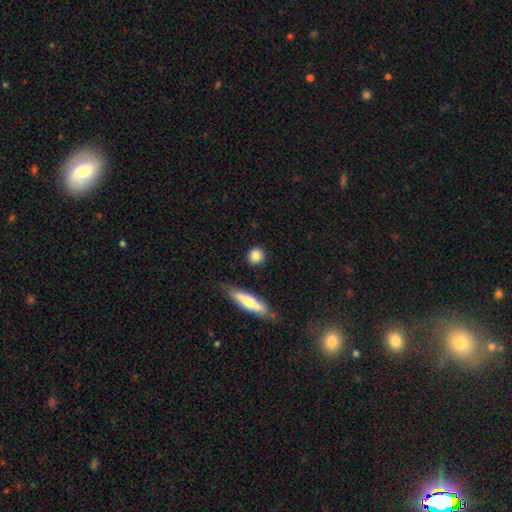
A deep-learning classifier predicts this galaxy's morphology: Overall: smooth (86%). How rounded: round (82%). Merging: none (85%).